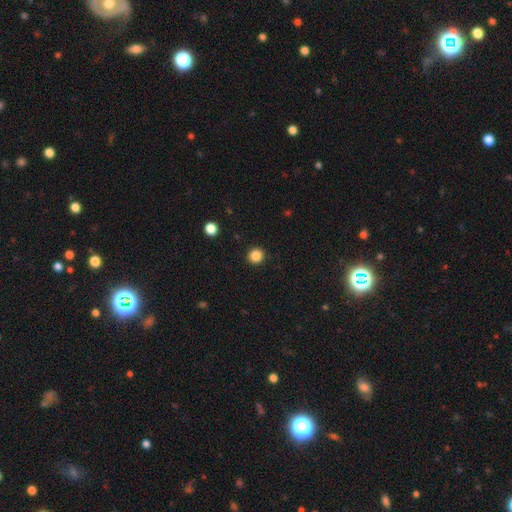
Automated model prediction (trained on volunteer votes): Morphology: type=smooth (85%); roundness=round (94%); merging=none (93%).